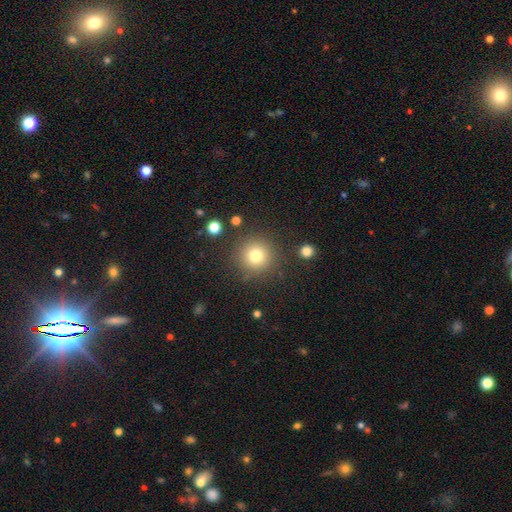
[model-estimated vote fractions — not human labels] smooth-or-featured: smooth: 77% | star or artifact: 14% | featured or disk: 9%
  how-rounded: round: 95% | in between: 4% | cigar-shaped: 1%
  merging: none: 87% | minor disturbance: 7% | major disturbance: 3% | merger: 3%